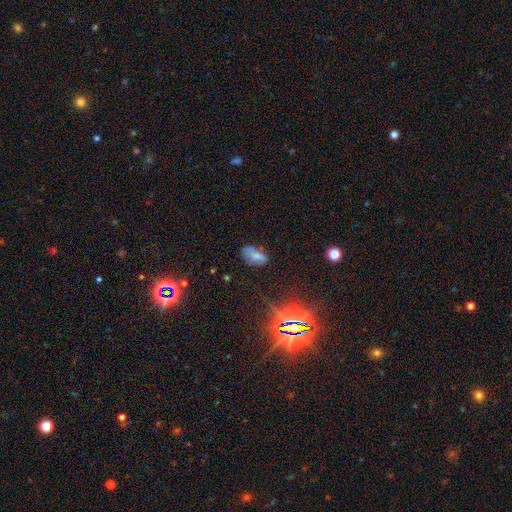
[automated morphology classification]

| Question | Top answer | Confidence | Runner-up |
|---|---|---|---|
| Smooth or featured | smooth | 67% | star or artifact (17%) |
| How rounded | in between | 92% | round (5%) |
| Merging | none | 59% | minor disturbance (28%) |